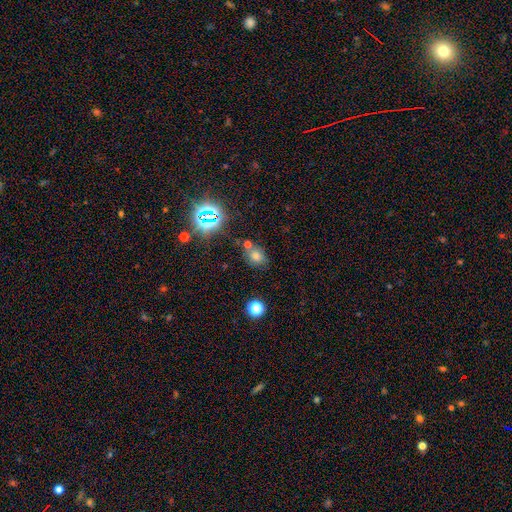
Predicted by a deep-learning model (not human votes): Morphology: type=smooth (57%); roundness=round (54%); merging=none (72%).